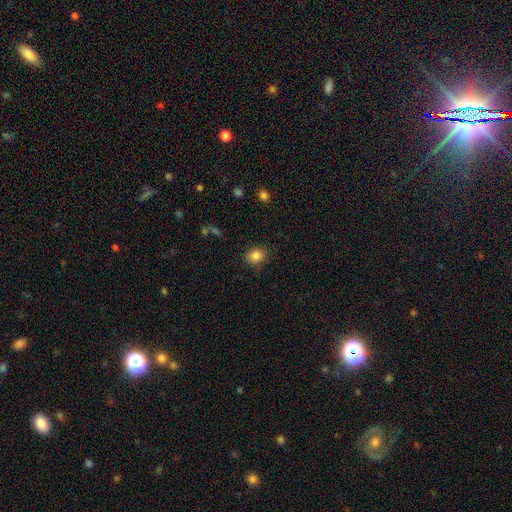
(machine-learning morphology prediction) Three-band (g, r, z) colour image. It shows a smooth galaxy with no disk features (85%) that is round (60%). Merging: none (86%).